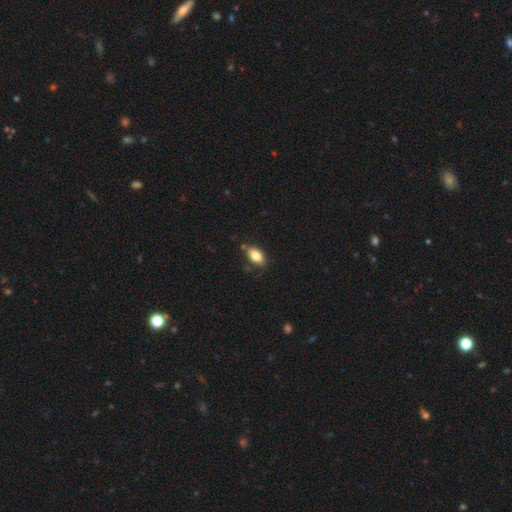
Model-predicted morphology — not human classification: Smooth or featured?
  - smooth: 81% *
  - featured or disk: 11%
  - star or artifact: 8%
How rounded?
  - in between: 89% *
  - round: 6%
  - cigar-shaped: 5%
Merging?
  - none: 76% *
  - minor disturbance: 17%
  - merger: 3%
  - major disturbance: 3%